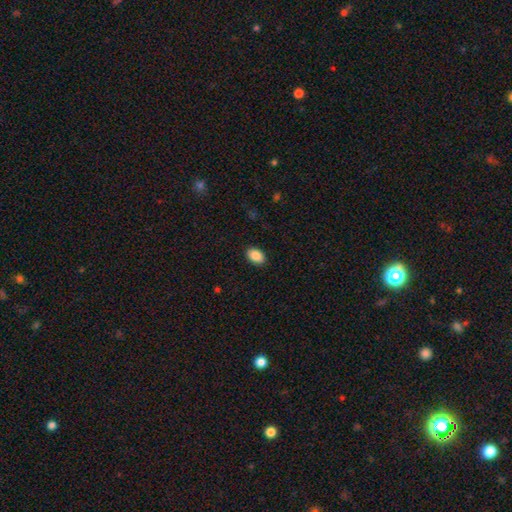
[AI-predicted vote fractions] Morphology: type=smooth (89%); roundness=in between (89%); merging=none (89%).